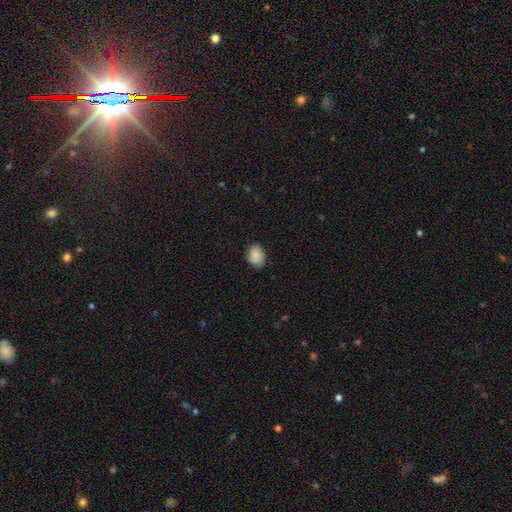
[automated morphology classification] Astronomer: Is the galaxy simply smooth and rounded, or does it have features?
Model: smooth — 81%.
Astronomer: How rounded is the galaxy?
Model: in between — 59% (runner-up: round, 40%).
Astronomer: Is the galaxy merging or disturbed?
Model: none — 75%.